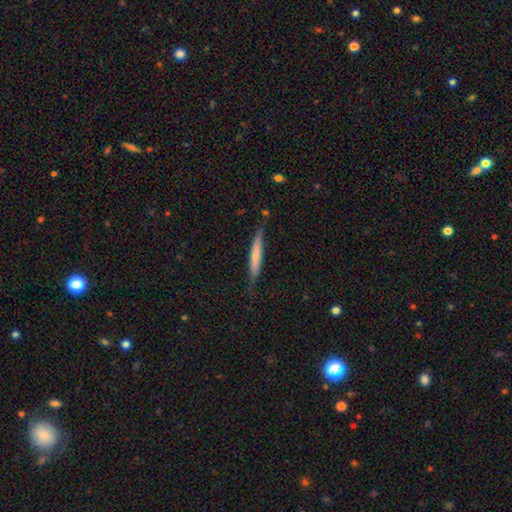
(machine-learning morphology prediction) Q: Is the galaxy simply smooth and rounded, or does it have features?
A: smooth — 57%.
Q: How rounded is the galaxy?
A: cigar-shaped — 93%.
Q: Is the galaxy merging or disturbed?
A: none — 78%.